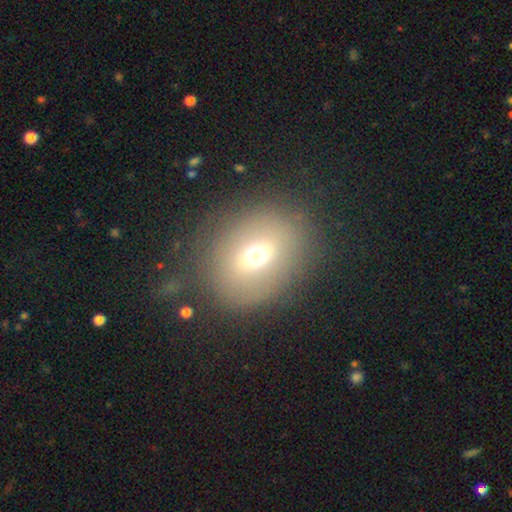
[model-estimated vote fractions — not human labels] Smooth or featured? Predicted: smooth (p=0.62). How rounded? Predicted: round (p=0.59). Merging? Predicted: none (p=0.77).